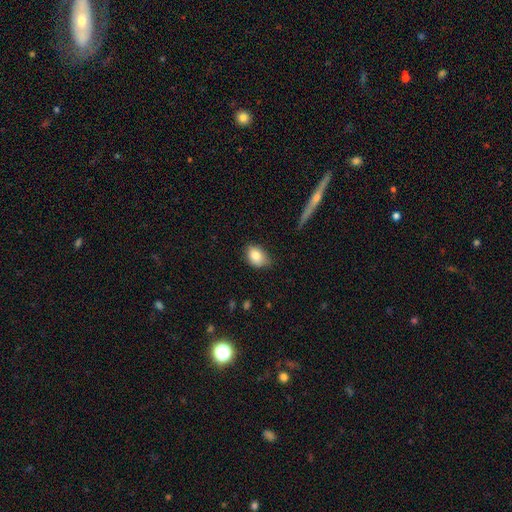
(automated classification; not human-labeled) Smooth or featured? smooth (82%)
How rounded? in between (74%)
Merging? none (66%)